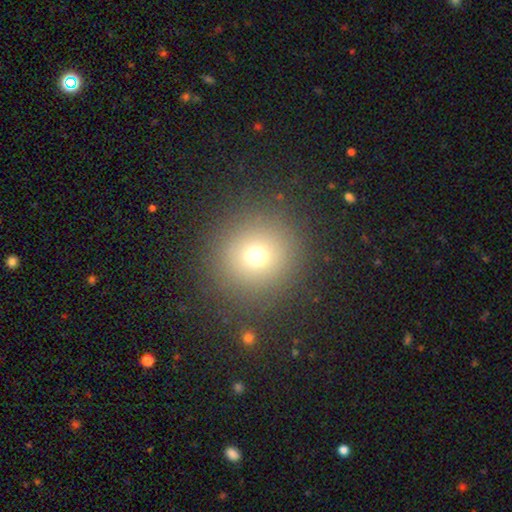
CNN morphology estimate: The model was most divided on "smooth or featured": smooth: 71%, star or artifact: 19%, featured or disk: 10%. More confident: how rounded — round (94%); merging — none (88%).